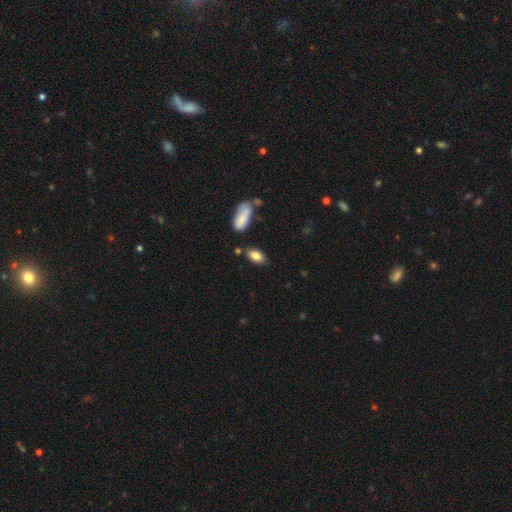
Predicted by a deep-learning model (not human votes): A smooth galaxy with no disk features (84%) that is in between round and cigar-shaped (90%).

Vote fractions:
- Smooth or featured? smooth: 84% / featured or disk: 9% / star or artifact: 8%
- How rounded? in between: 90% / round: 5% / cigar-shaped: 4%
- Merging? none: 77% / minor disturbance: 13% / merger: 7% / major disturbance: 3%